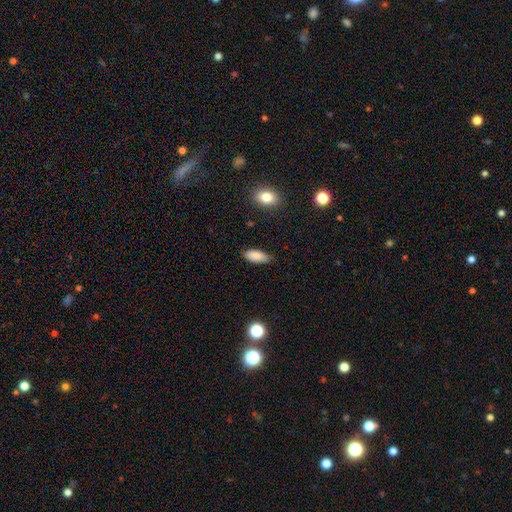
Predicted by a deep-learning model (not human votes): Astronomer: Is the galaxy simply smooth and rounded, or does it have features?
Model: smooth — 86%.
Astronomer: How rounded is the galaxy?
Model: in between — 85%.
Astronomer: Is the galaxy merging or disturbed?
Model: none — 76%.